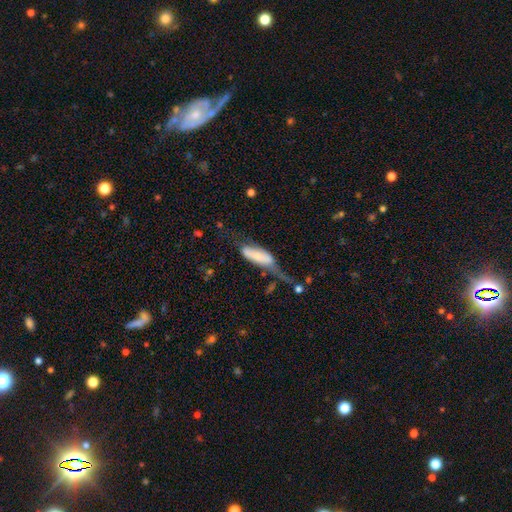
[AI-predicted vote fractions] Smooth or featured? Predicted: smooth (p=0.56). How rounded? Predicted: in between (p=0.63). Merging? Predicted: major disturbance (p=0.47).